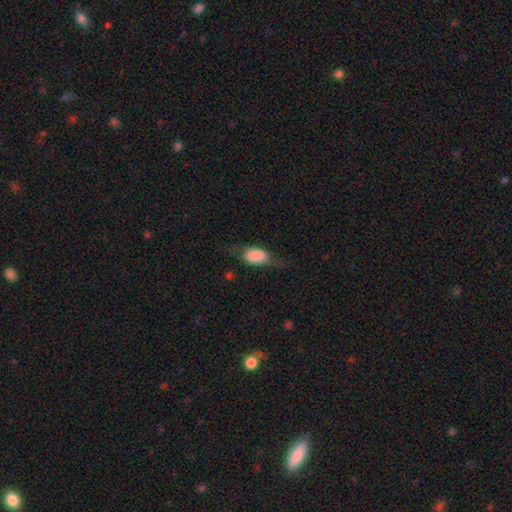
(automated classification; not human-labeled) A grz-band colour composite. It shows a smooth galaxy with no disk features (70%) that is in between round and cigar-shaped (84%). Merging: none (50%).